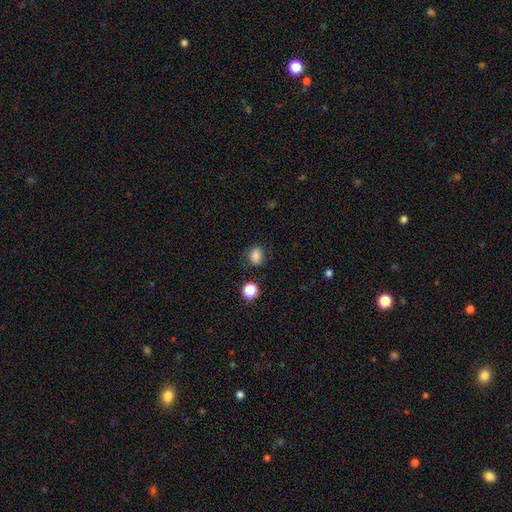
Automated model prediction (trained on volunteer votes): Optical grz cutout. It shows a smooth galaxy with no disk features (80%) that is round (57%). Merging: none (81%).